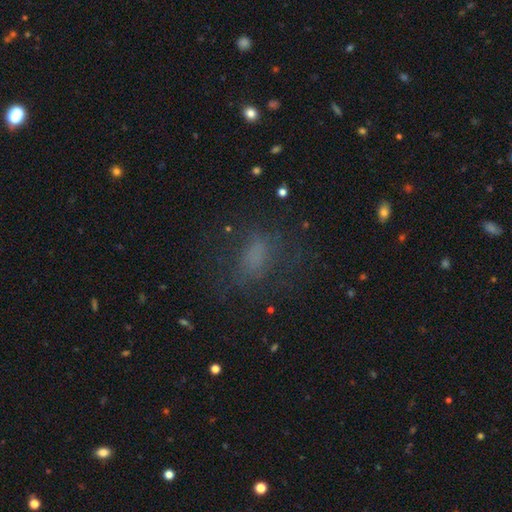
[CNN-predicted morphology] Smooth or featured: smooth — 58% (star or artifact — 23%)
How rounded: in between — 74% (round — 20%)
Merging: none — 61% (major disturbance — 19%)